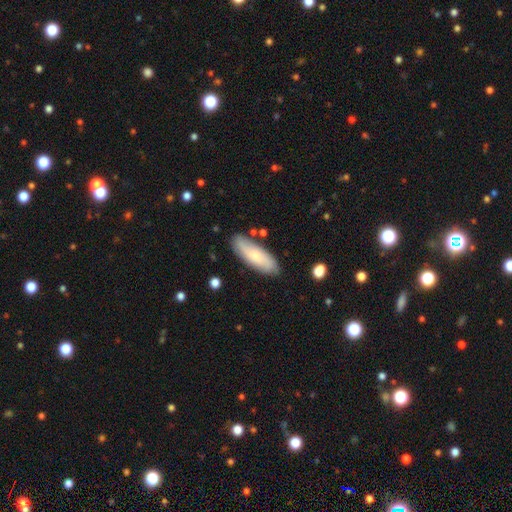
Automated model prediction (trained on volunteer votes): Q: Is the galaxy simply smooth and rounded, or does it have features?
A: smooth — 68%.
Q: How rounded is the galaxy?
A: in between — 62%.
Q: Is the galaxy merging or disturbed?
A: none — 80%.